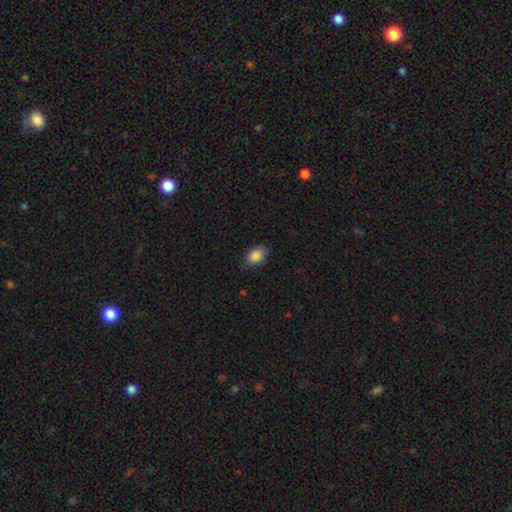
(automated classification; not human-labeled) Q: Smooth or featured?
A: smooth (88%); runner-up: star or artifact (8%)
Q: How rounded?
A: in between (85%); runner-up: round (14%)
Q: Merging?
A: none (81%); runner-up: minor disturbance (15%)